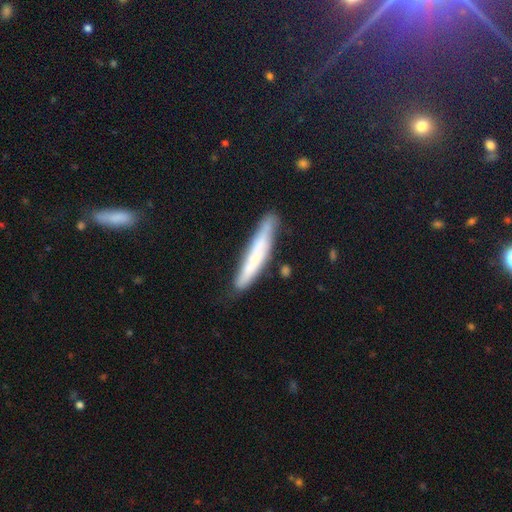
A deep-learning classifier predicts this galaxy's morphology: This is possibly a smooth galaxy (52%). How rounded: clearly cigar-shaped (93%). Merging: likely none (76%).